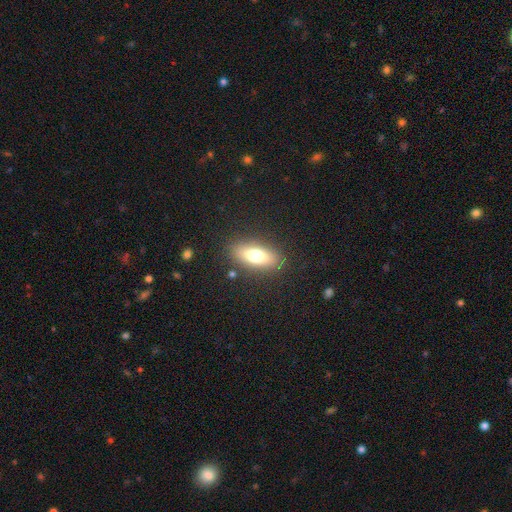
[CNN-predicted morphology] Overall: smooth (70%). How rounded: in between (75%). Merging: none (85%).